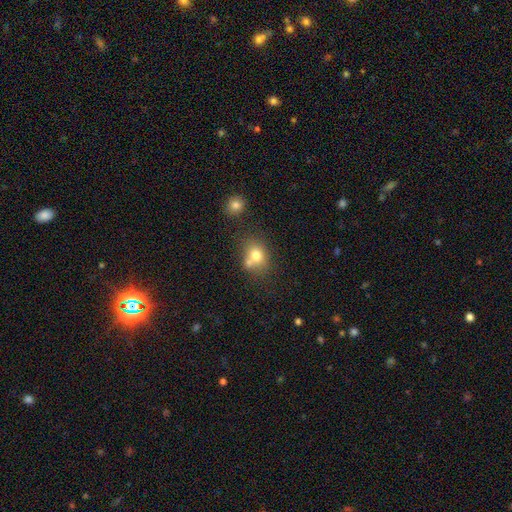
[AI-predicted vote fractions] A smooth galaxy with no disk features (75%) that is round (57%). Merging: none (48%).